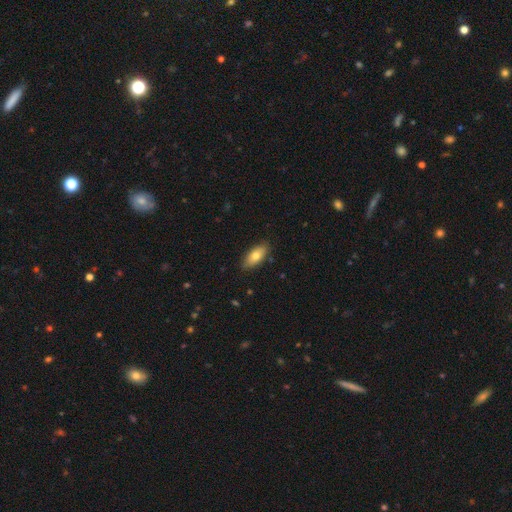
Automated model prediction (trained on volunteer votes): A smooth galaxy with no disk features (73%) that is in between round and cigar-shaped (84%). Merging: none (84%).